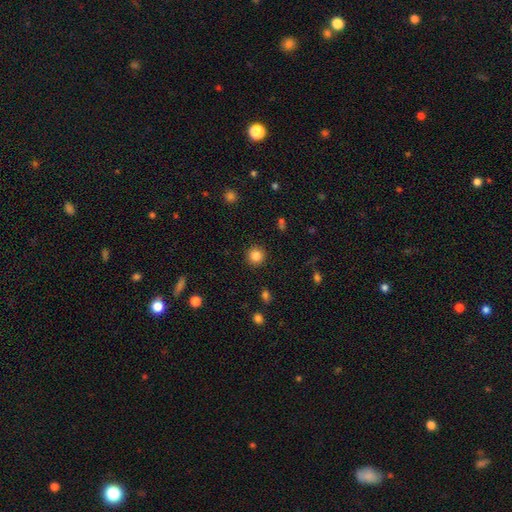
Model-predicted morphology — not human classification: type=smooth (83%); roundness=round (94%); merging=none (92%).